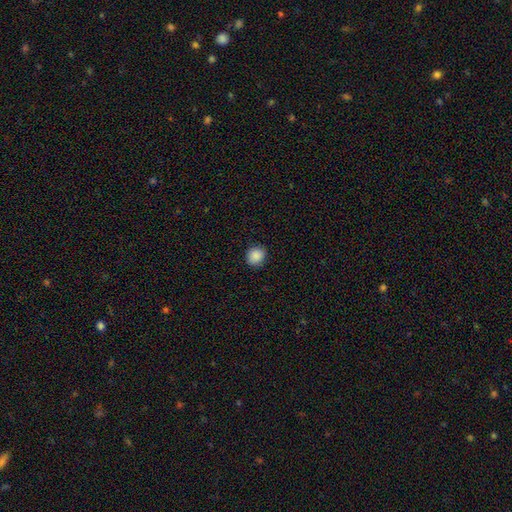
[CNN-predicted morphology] Smooth or featured? smooth (88%)
How rounded? round (76%)
Merging? none (88%)